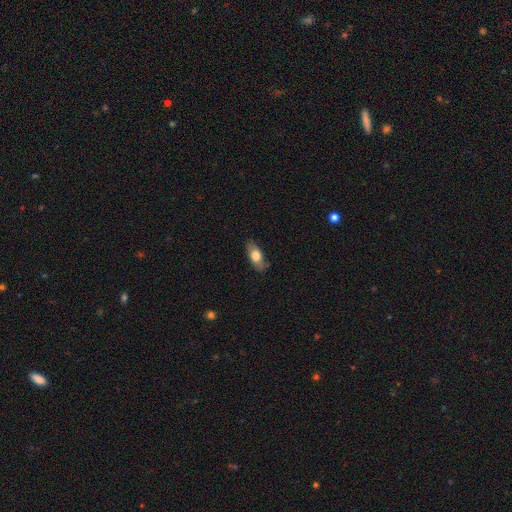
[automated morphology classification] A smooth galaxy with no disk features (71%) that is in between round and cigar-shaped (84%). Merging: none (78%).